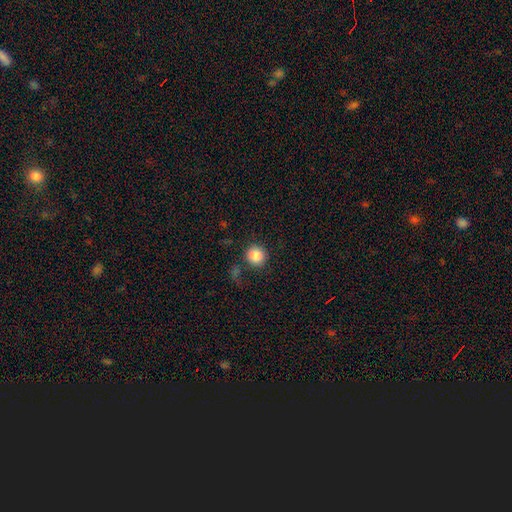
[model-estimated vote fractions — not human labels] Overall: smooth (86%). How rounded: round (89%). Merging: none (80%).